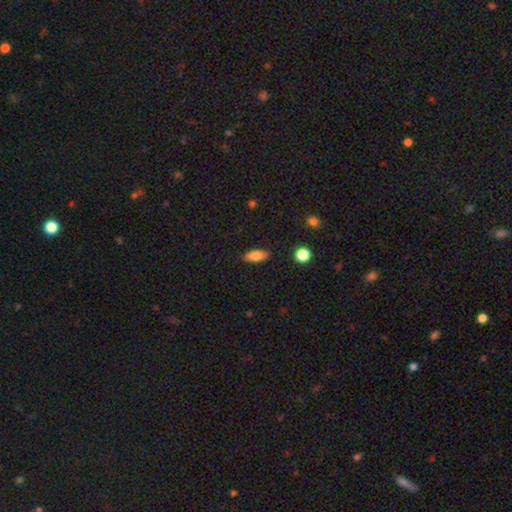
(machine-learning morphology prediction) A smooth galaxy with no disk features (77%) that is in between round and cigar-shaped (75%).

Vote fractions:
- Smooth or featured? smooth: 77% / featured or disk: 16% / star or artifact: 8%
- How rounded? in between: 75% / cigar-shaped: 21% / round: 4%
- Merging? none: 85% / minor disturbance: 11% / major disturbance: 2% / merger: 1%